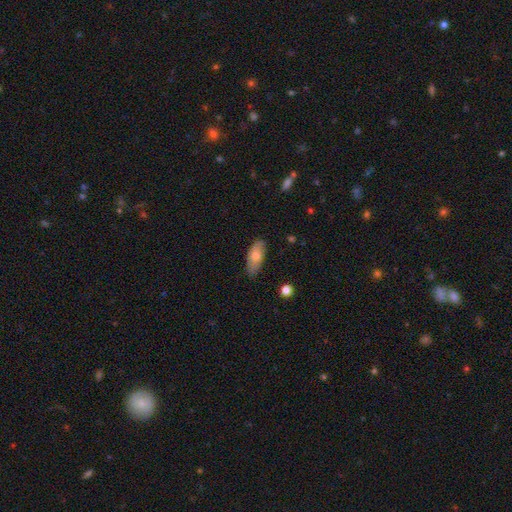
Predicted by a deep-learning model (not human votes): Smooth or featured?
  - smooth: 74% *
  - featured or disk: 20%
  - star or artifact: 6%
How rounded?
  - in between: 83% *
  - cigar-shaped: 14%
  - round: 3%
Merging?
  - none: 79% *
  - minor disturbance: 17%
  - major disturbance: 3%
  - merger: 1%